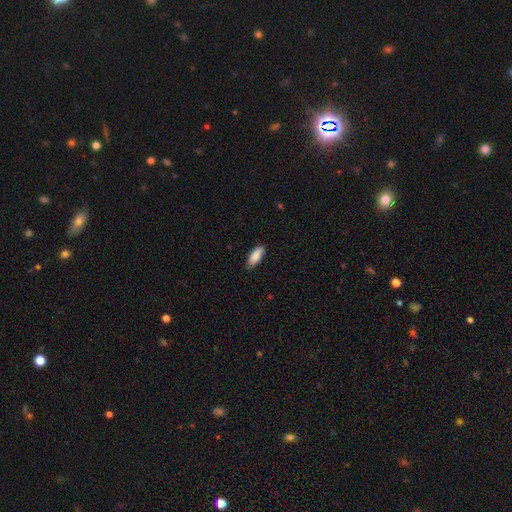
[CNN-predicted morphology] Q: Smooth or featured?
A: smooth (86%); runner-up: featured or disk (8%)
Q: How rounded?
A: in between (77%); runner-up: cigar-shaped (22%)
Q: Merging?
A: none (80%); runner-up: minor disturbance (16%)